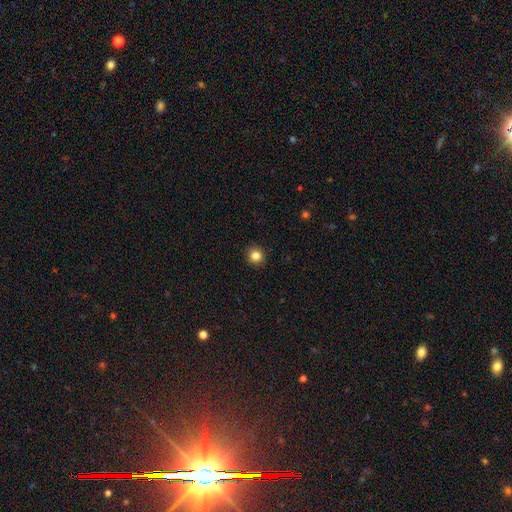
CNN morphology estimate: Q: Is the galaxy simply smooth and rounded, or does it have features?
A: smooth — 83%.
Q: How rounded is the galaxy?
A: round — 92%.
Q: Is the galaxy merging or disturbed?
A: none — 92%.